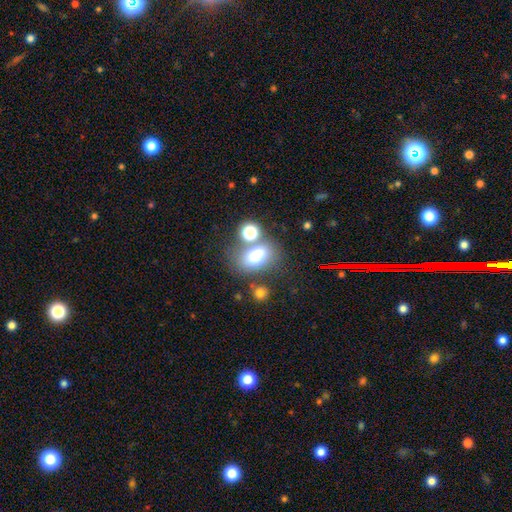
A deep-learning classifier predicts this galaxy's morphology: Overall: smooth (72%). How rounded: in between (75%). Merging: none (54%; merger 23%).